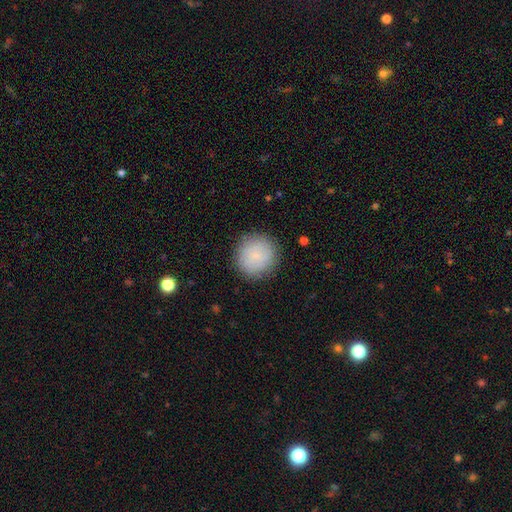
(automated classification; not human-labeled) This is likely a smooth galaxy (79%). How rounded: clearly round (94%). Merging: clearly none (87%).